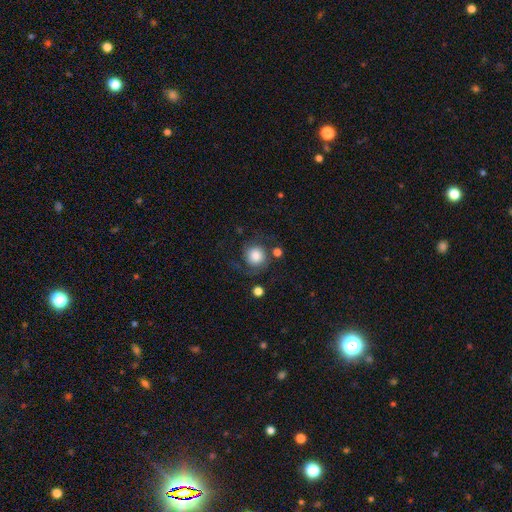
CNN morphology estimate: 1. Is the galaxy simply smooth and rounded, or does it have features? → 67% smooth, 24% featured or disk, 9% star or artifact.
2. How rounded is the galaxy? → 90% round, 9% in between, 1% cigar-shaped.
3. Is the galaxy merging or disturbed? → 64% none, 16% minor disturbance, 14% major disturbance, 5% merger.